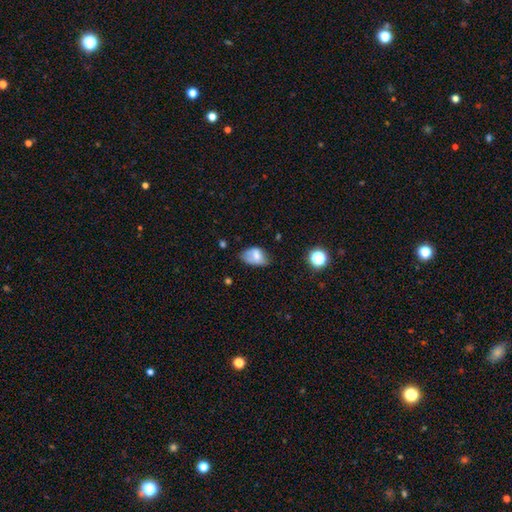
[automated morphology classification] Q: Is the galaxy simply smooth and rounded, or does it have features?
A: smooth — 69%.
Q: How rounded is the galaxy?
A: in between — 86%.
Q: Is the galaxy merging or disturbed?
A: none — 41%.